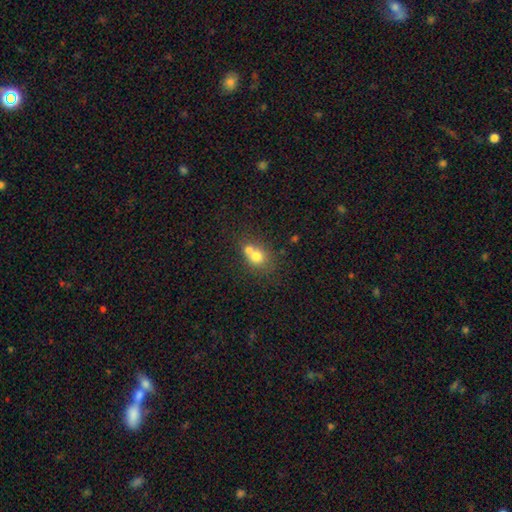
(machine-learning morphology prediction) Smooth or featured? Predicted: smooth (p=0.71). How rounded? Predicted: round (p=0.74). Merging? Predicted: merger (p=0.58).